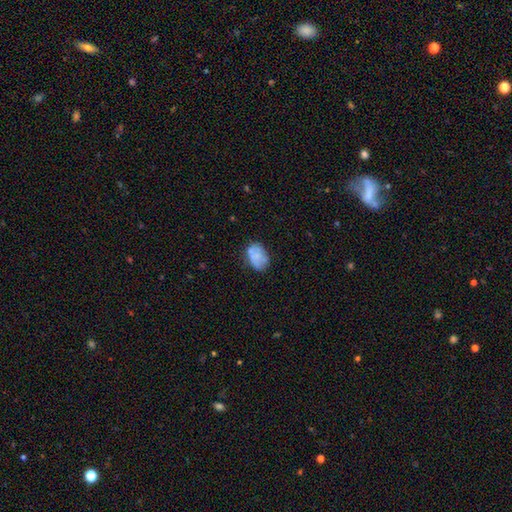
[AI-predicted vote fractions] Morphology: type=smooth (65%); roundness=in between (82%); merging=none (60%).